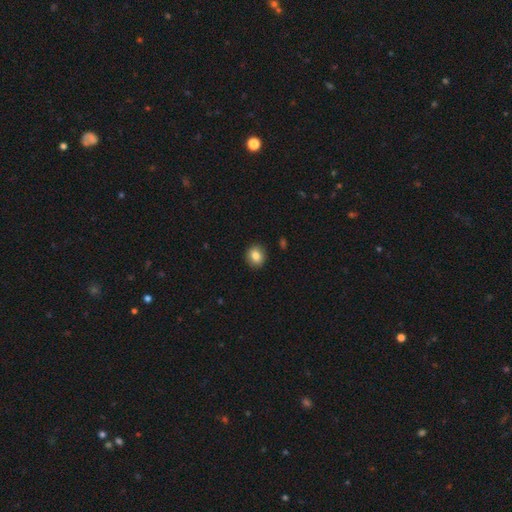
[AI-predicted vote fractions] Smooth or featured? Predicted: smooth (p=0.82). How rounded? Predicted: round (p=0.73). Merging? Predicted: none (p=0.90).